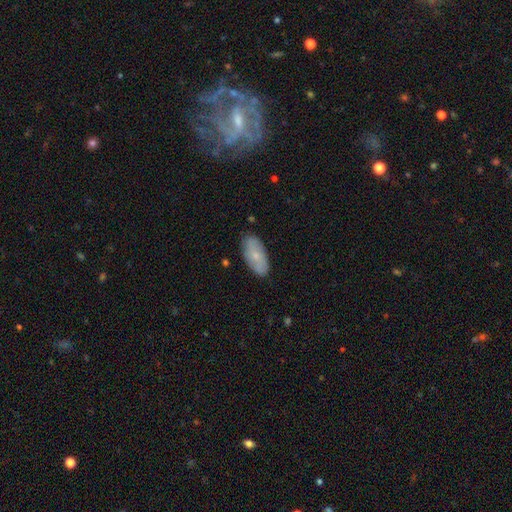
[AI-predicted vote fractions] This is likely a smooth galaxy (66%). How rounded: clearly in between (88%). Merging: clearly none (84%).